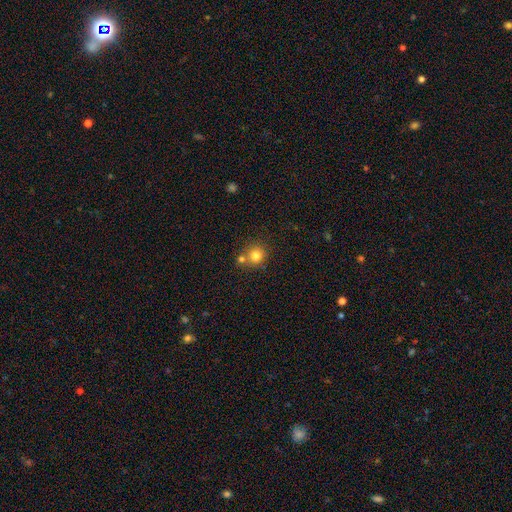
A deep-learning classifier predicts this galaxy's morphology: Overall: smooth (80%). How rounded: round (90%). Merging: none (62%; merger 26%).